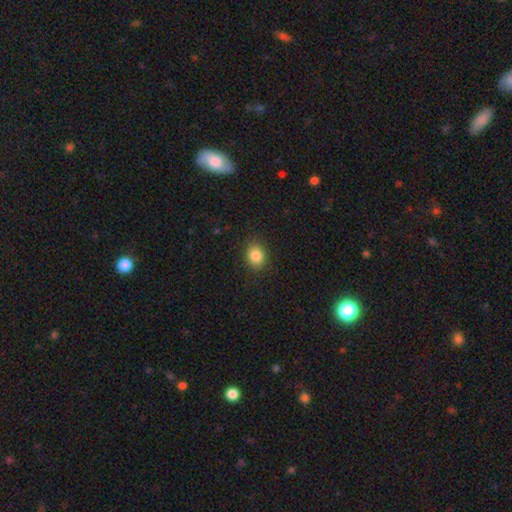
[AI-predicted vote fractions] Smooth or featured? smooth (85%)
How rounded? round (57%)
Merging? none (88%)